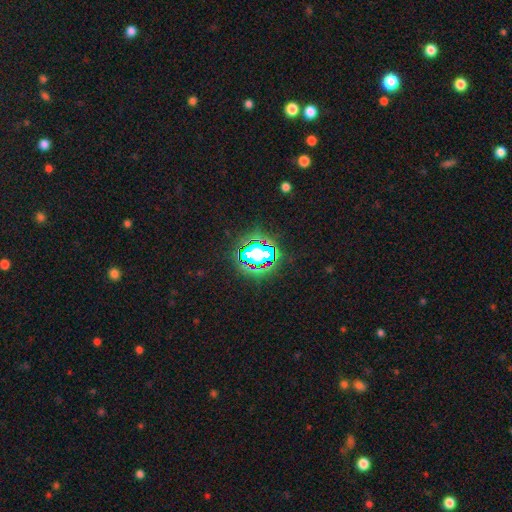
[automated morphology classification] Smooth or featured? Predicted: star or artifact (p=0.72).